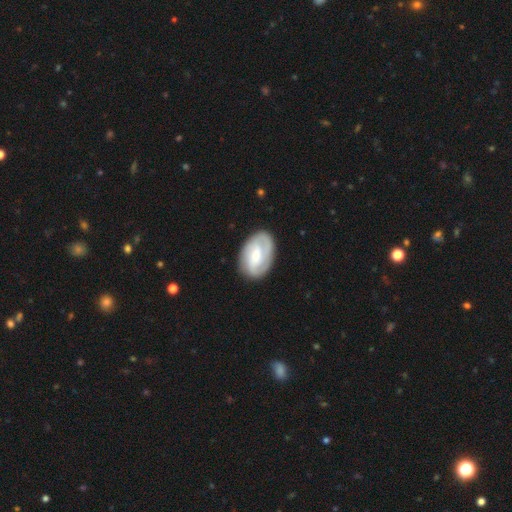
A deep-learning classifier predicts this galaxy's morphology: Smooth or featured? featured or disk (66%)
Edge-on disk? no (96%)
Bar? weak (42%)
Spiral arms? yes (85%)
Spiral winding? tight (47%)
Spiral arm count? 2 (53%)
Bulge size? small (57%)
Merging? none (80%)